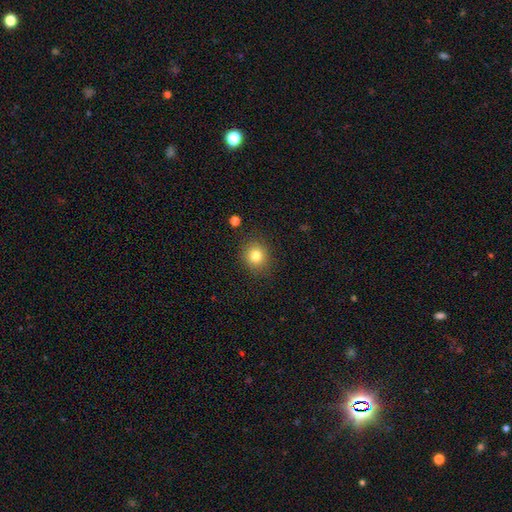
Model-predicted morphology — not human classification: The model was most divided on "how rounded": round: 83%, in between: 16%, cigar-shaped: 1%. More confident: merging — none (88%); smooth or featured — smooth (81%).